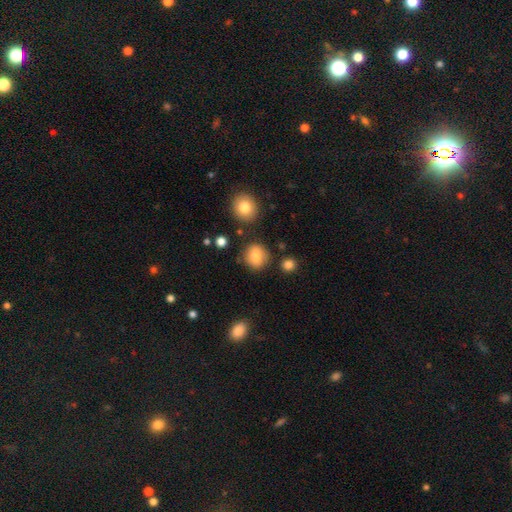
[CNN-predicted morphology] Smooth or featured: smooth — 80% (star or artifact — 10%)
How rounded: round — 87% (in between — 12%)
Merging: none — 82% (minor disturbance — 11%)